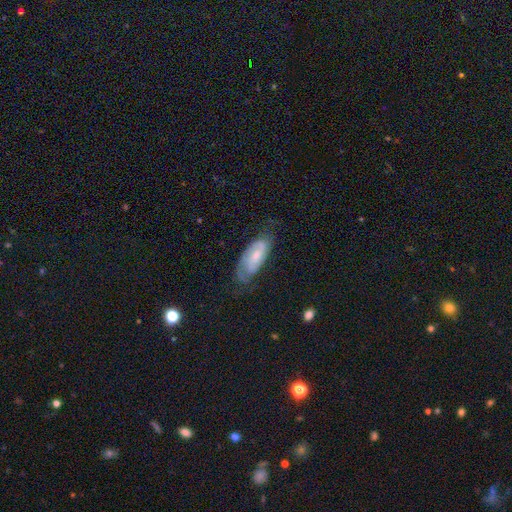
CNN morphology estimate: Smooth or featured? featured or disk (63%)
Edge-on disk? no (90%)
Bar? no (50%)
Spiral arms? yes (86%)
Bulge size? small (46%)
Merging? none (58%)